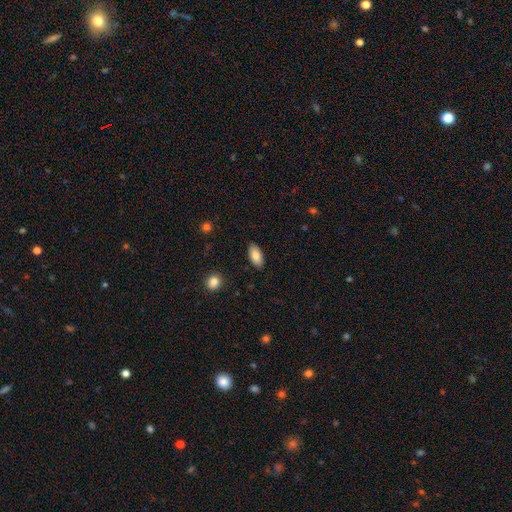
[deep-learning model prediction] Smooth or featured? smooth (82%)
How rounded? in between (92%)
Merging? none (88%)